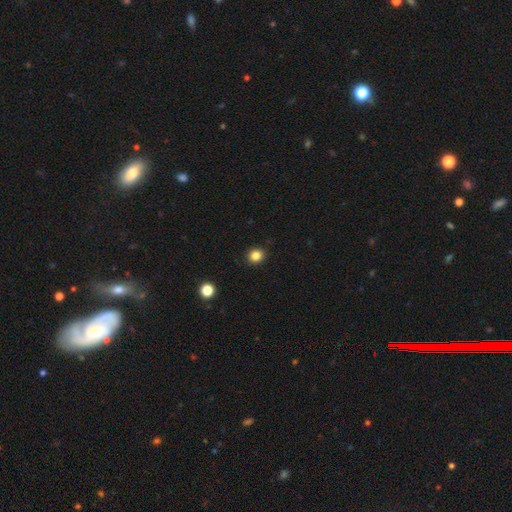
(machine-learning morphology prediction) Smooth or featured?
  - smooth: 84% *
  - star or artifact: 12%
  - featured or disk: 4%
How rounded?
  - round: 83% *
  - in between: 16%
  - cigar-shaped: 1%
Merging?
  - none: 91% *
  - minor disturbance: 6%
  - major disturbance: 2%
  - merger: 1%